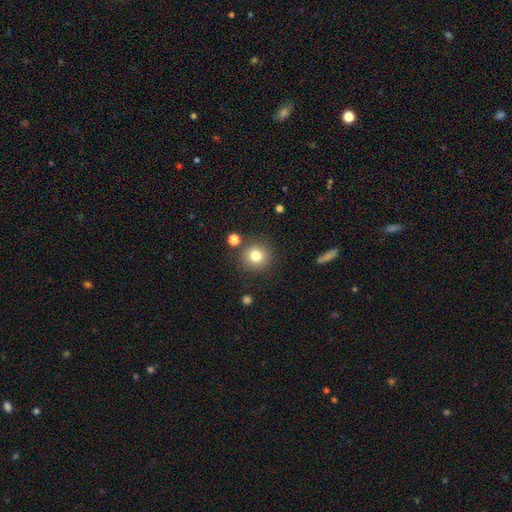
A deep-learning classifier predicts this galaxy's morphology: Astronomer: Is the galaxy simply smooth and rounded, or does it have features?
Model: smooth — 81%.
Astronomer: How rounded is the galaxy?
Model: round — 92%.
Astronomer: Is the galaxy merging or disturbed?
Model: none — 83%.